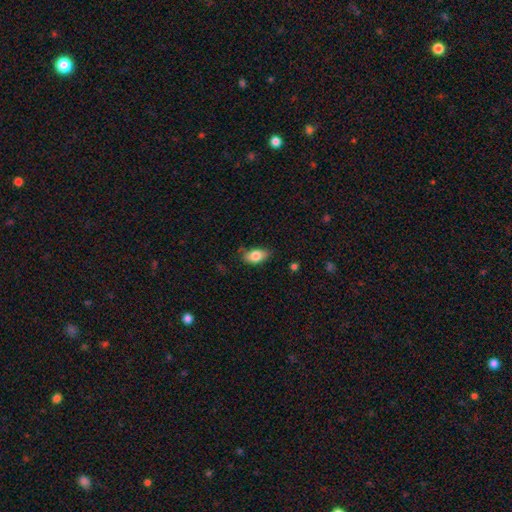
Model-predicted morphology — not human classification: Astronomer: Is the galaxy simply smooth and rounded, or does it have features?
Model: smooth — 82%.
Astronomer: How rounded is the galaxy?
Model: in between — 89%.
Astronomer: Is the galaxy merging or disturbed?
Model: none — 69%.